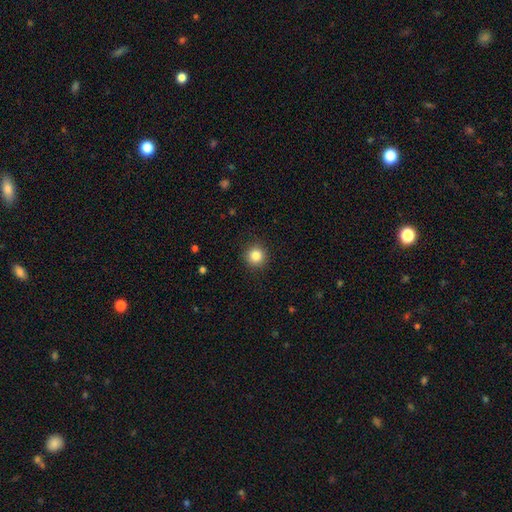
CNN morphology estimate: Q: Smooth or featured?
A: smooth (85%); runner-up: star or artifact (10%)
Q: How rounded?
A: round (94%); runner-up: in between (5%)
Q: Merging?
A: none (91%); runner-up: minor disturbance (6%)